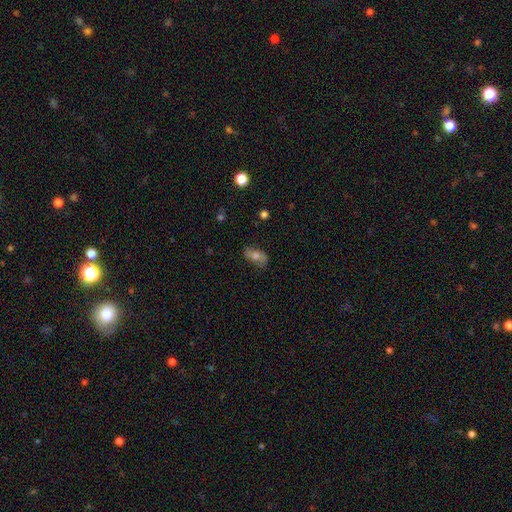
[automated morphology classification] This appears to be a smooth galaxy with no disk features (55%) that is in between round and cigar-shaped (85%). Merging: none (74%).